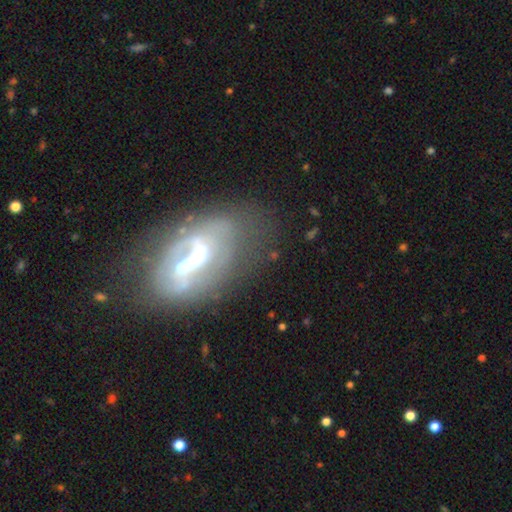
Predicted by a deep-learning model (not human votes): smooth_or_featured: featured or disk (p=0.64) [alt: smooth p=0.21]
disk_edge_on: no (p=0.76) [alt: yes p=0.24]
merging: none (p=0.60) [alt: minor disturbance p=0.18]